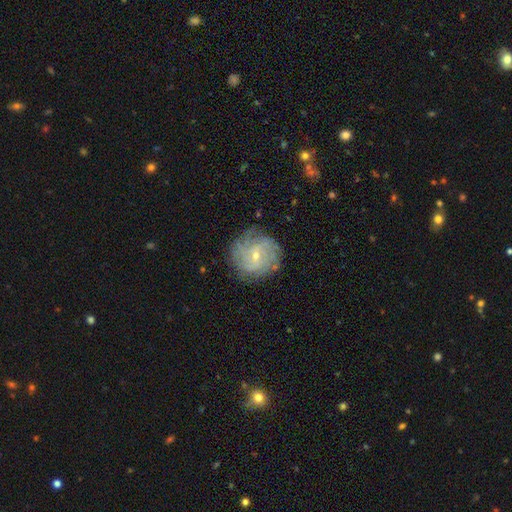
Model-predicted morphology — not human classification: Smooth or featured? Predicted: featured or disk (p=0.74). Edge-on disk? Predicted: no (p=0.97). Bar? Predicted: no (p=0.46). Spiral arms? Predicted: yes (p=0.89). Spiral winding? Predicted: tight (p=0.61). Spiral arm count? Predicted: can't tell (p=0.47). Bulge size? Predicted: small (p=0.72). Merging? Predicted: none (p=0.80).